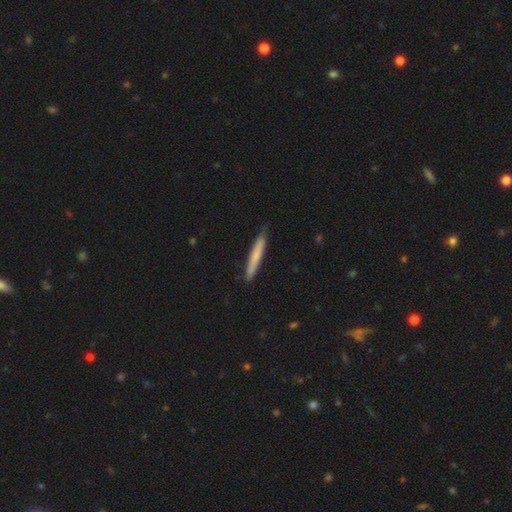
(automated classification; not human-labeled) This is likely a smooth galaxy (67%). How rounded: clearly cigar-shaped (96%). Merging: clearly none (86%).